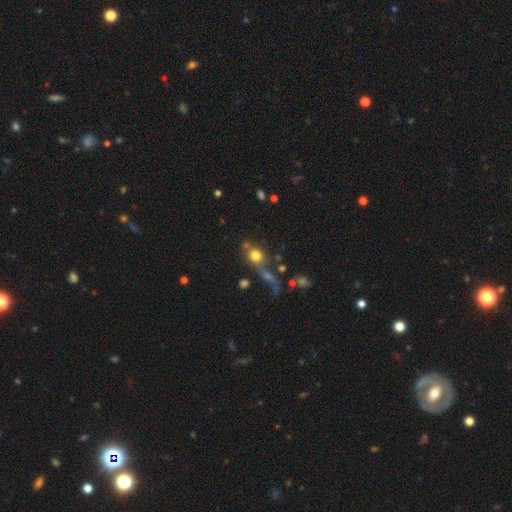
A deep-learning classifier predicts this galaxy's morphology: Smooth or featured? smooth (74%)
How rounded? round (78%)
Merging? none (48%)